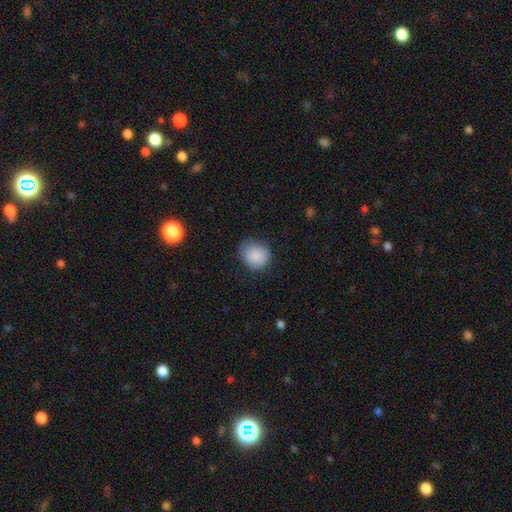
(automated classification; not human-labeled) Smooth or featured?
  - smooth: 86% *
  - star or artifact: 7%
  - featured or disk: 6%
How rounded?
  - round: 78% *
  - in between: 21%
  - cigar-shaped: 1%
Merging?
  - none: 70% *
  - minor disturbance: 23%
  - major disturbance: 5%
  - merger: 1%